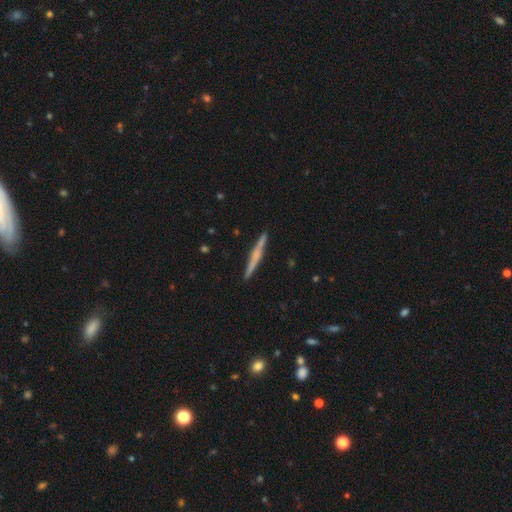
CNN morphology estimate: type=featured or disk (62%); edge-on=yes (98%); edge-on bulge=rounded (49%); merging=none (91%).